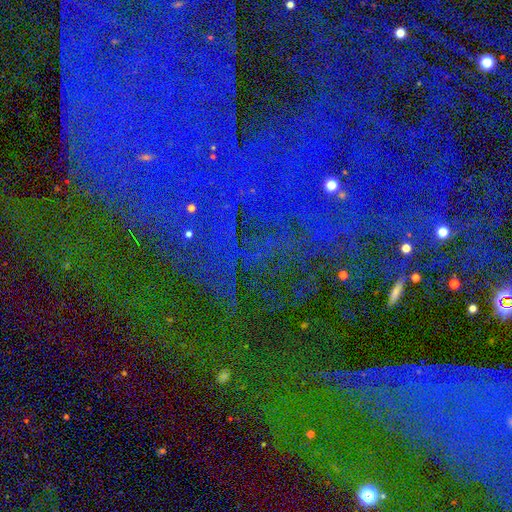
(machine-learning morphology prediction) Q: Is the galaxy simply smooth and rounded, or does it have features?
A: star or artifact — 85%.